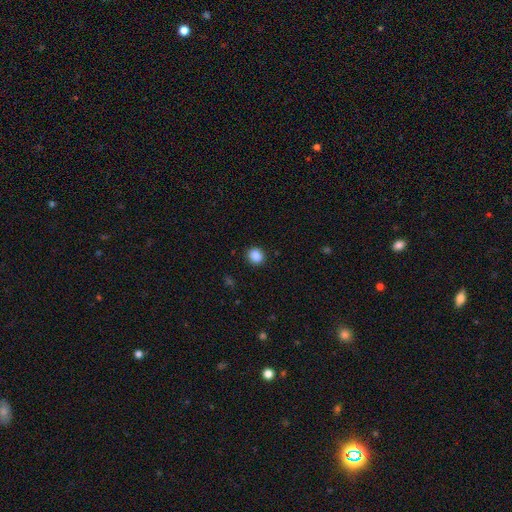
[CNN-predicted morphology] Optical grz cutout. It shows a smooth galaxy with no disk features (88%) that is round (76%). Merging: none (90%).